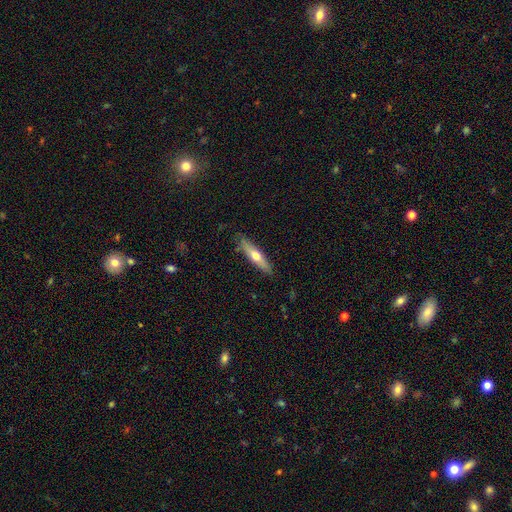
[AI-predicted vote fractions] Morphology: type=smooth (50%); roundness=cigar-shaped (78%); merging=none (83%).